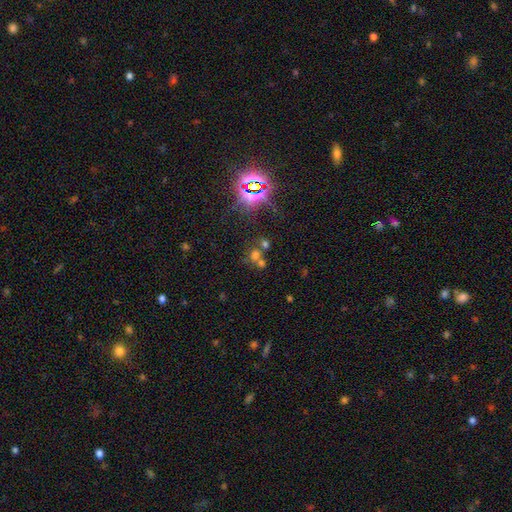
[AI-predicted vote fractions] This is possibly a star or artifact rather than a galaxy (54%).